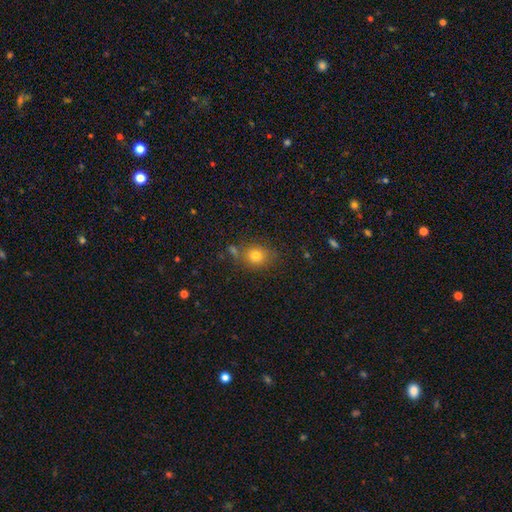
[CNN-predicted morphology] Smooth or featured: smooth — 78% (star or artifact — 14%)
How rounded: round — 72% (in between — 27%)
Merging: none — 72% (minor disturbance — 13%)